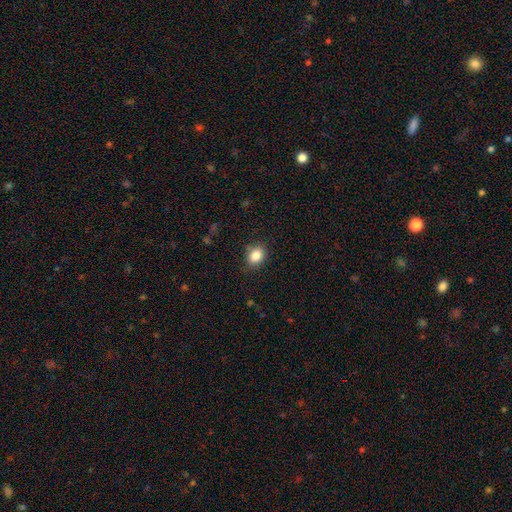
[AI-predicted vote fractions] Smooth or featured? smooth (85%)
How rounded? in between (56%)
Merging? none (83%)